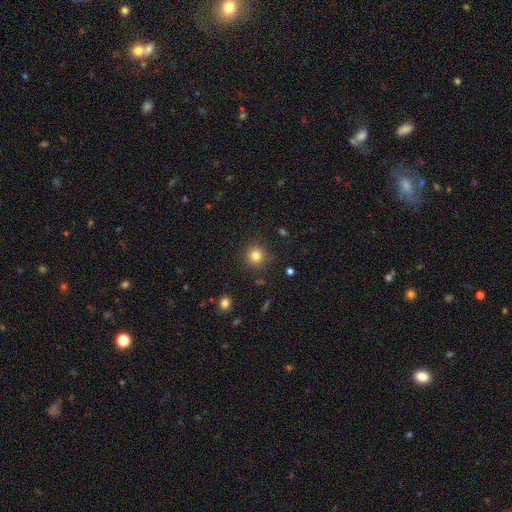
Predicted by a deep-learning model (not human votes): Q: Smooth or featured?
A: smooth (81%); runner-up: star or artifact (13%)
Q: How rounded?
A: round (93%); runner-up: in between (6%)
Q: Merging?
A: none (88%); runner-up: minor disturbance (7%)